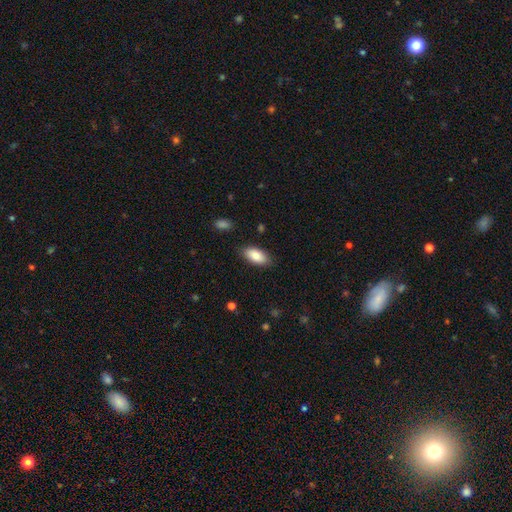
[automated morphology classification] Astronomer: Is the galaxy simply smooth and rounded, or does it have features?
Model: smooth — 84%.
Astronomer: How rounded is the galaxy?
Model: in between — 92%.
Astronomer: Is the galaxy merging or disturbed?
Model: none — 85%.